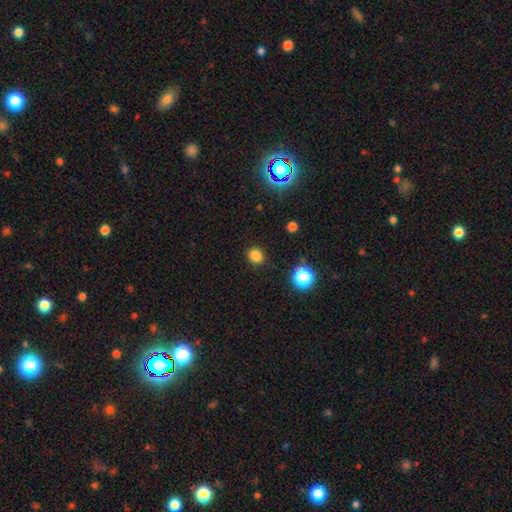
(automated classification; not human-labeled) Smooth or featured? smooth (82%)
How rounded? round (65%)
Merging? none (88%)